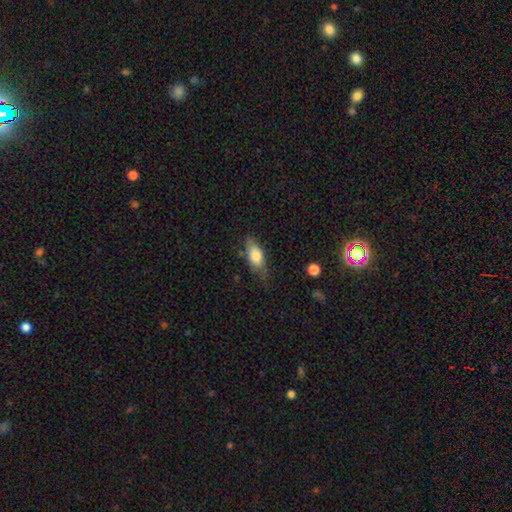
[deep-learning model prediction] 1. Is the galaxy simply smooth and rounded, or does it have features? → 78% smooth, 16% featured or disk, 7% star or artifact.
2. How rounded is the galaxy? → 82% in between, 14% cigar-shaped, 3% round.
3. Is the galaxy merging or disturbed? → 62% none, 28% minor disturbance, 8% major disturbance, 2% merger.